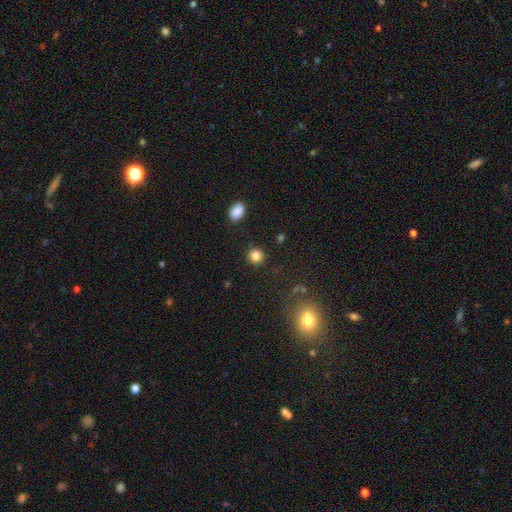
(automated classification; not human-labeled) A smooth galaxy with no disk features (84%) that is round (89%). Merging: none (88%).